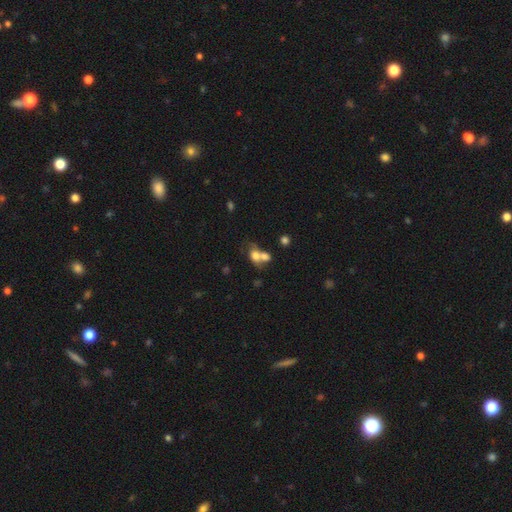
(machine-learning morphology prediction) Smooth or featured? smooth (67%)
How rounded? in between (54%)
Merging? merger (62%)